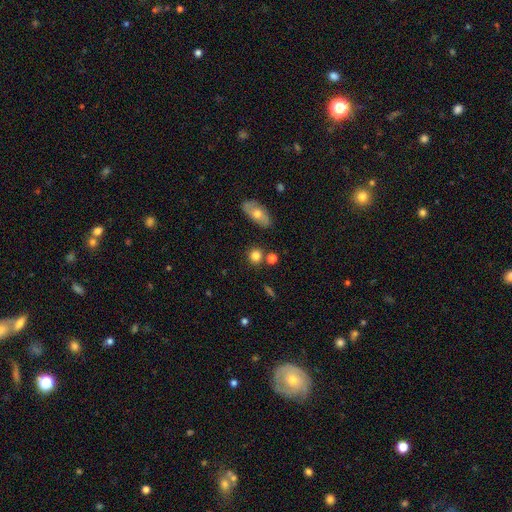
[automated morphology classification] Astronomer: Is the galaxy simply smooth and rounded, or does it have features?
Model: smooth — 81%.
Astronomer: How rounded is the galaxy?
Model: round — 84%.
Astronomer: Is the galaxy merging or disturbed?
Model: none — 78%.